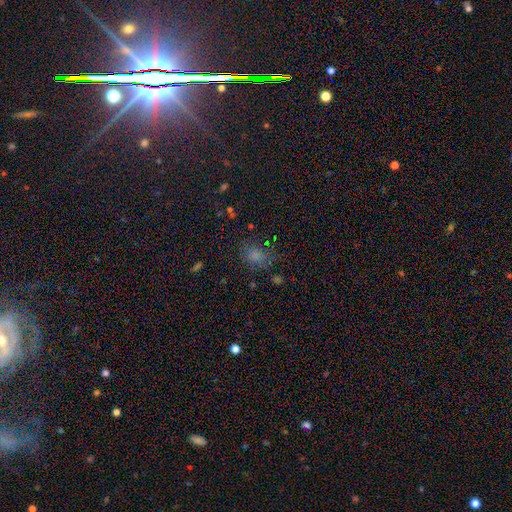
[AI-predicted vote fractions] Smooth or featured? smooth (72%)
How rounded? in between (52%)
Merging? none (65%)